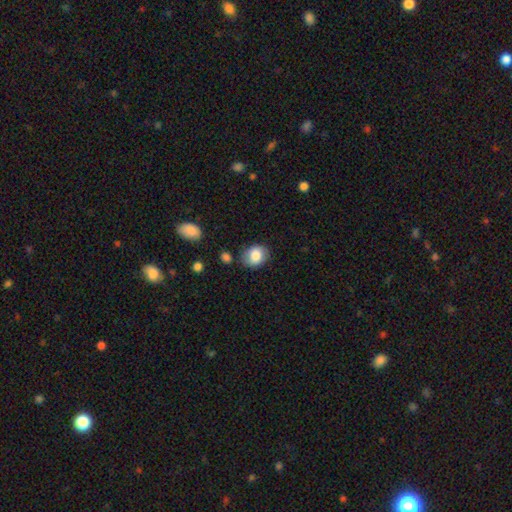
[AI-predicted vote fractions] Smooth or featured?
  - smooth: 81% *
  - featured or disk: 11%
  - star or artifact: 8%
How rounded?
  - round: 52% *
  - in between: 47%
  - cigar-shaped: 1%
Merging?
  - none: 72% *
  - minor disturbance: 19%
  - major disturbance: 5%
  - merger: 4%